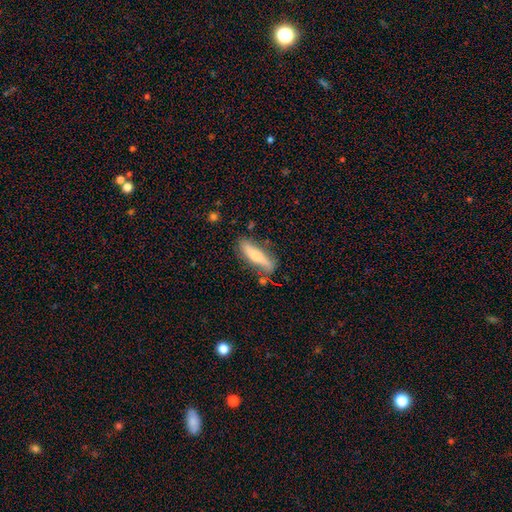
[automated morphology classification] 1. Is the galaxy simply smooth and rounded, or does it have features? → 55% smooth, 40% featured or disk, 6% star or artifact.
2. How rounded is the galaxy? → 76% cigar-shaped, 21% in between, 2% round.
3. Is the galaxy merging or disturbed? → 74% none, 17% minor disturbance, 5% merger, 4% major disturbance.